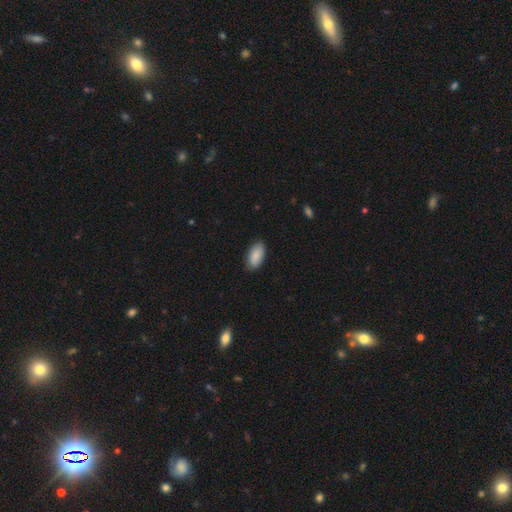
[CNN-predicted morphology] This appears to be a smooth galaxy with no disk features (88%) that is in between round and cigar-shaped (94%). Merging: none (85%).